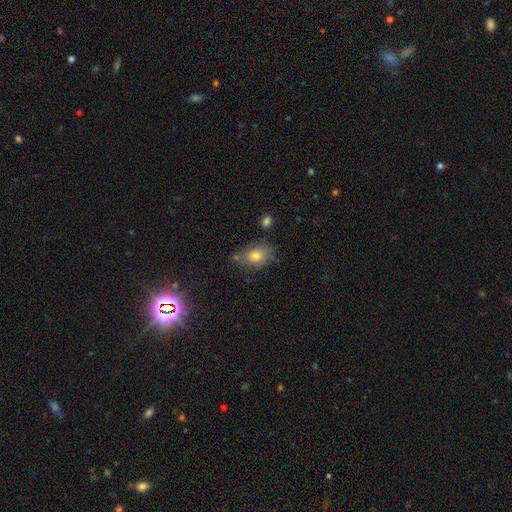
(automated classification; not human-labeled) smooth-or-featured: smooth: 71% | star or artifact: 15% | featured or disk: 15%
  how-rounded: in between: 71% | round: 27% | cigar-shaped: 2%
  merging: none: 63% | minor disturbance: 24% | major disturbance: 7% | merger: 7%